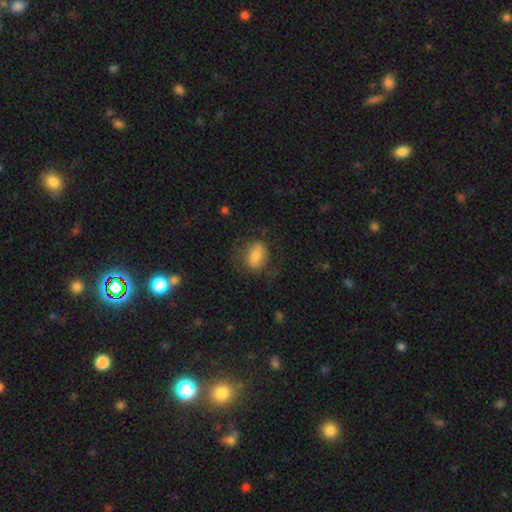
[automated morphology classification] Overall: smooth (71%). How rounded: in between (74%). Merging: none (65%).